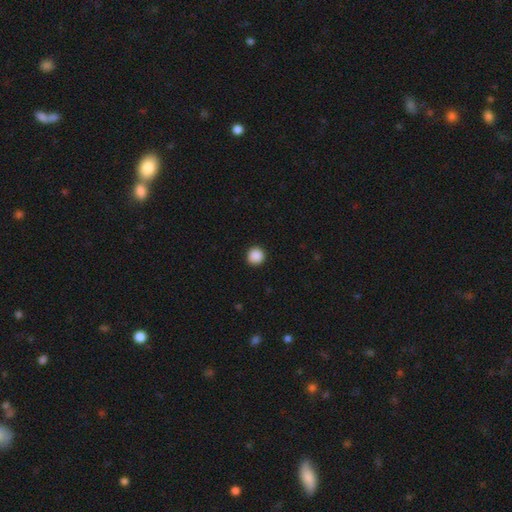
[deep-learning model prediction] Smooth or featured? Predicted: smooth (p=0.89). How rounded? Predicted: round (p=0.94). Merging? Predicted: none (p=0.92).